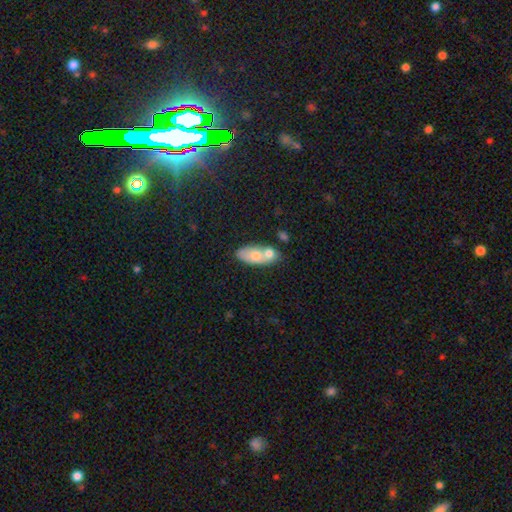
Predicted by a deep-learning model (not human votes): Smooth or featured? Predicted: smooth (p=0.68). How rounded? Predicted: in between (p=0.84). Merging? Predicted: merger (p=0.48).